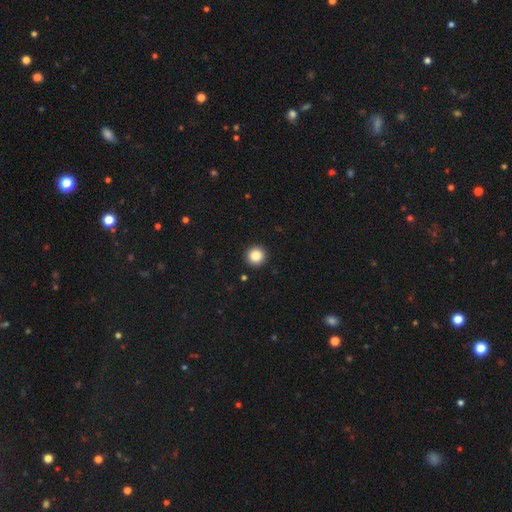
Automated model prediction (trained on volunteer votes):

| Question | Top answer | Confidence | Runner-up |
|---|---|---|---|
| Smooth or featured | smooth | 87% | star or artifact (10%) |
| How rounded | round | 96% | in between (3%) |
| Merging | none | 93% | minor disturbance (4%) |